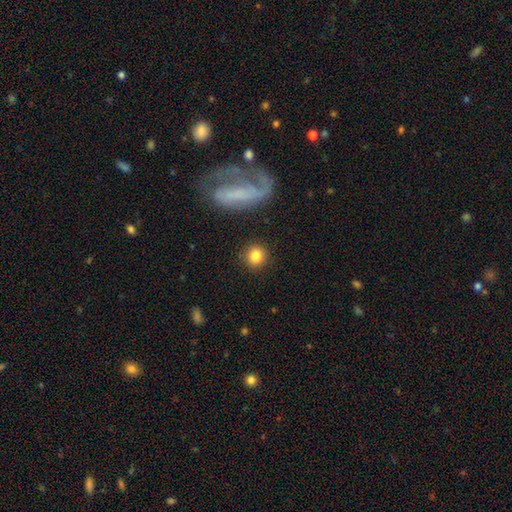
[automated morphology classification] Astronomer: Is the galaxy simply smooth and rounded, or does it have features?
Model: smooth — 85%.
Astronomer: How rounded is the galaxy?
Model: round — 88%.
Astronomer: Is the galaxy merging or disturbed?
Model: none — 90%.